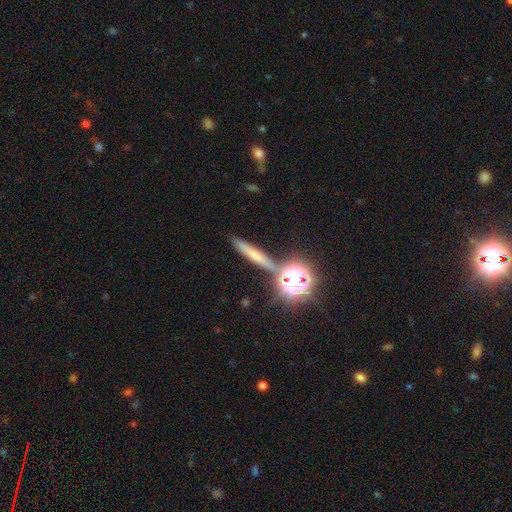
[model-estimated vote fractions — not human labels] A smooth galaxy with no disk features (50%) that is cigar-shaped (70%).

Vote fractions:
- Smooth or featured? smooth: 50% / star or artifact: 26% / featured or disk: 24%
- How rounded? cigar-shaped: 70% / round: 17% / in between: 12%
- Merging? none: 79% / merger: 9% / minor disturbance: 9% / major disturbance: 3%